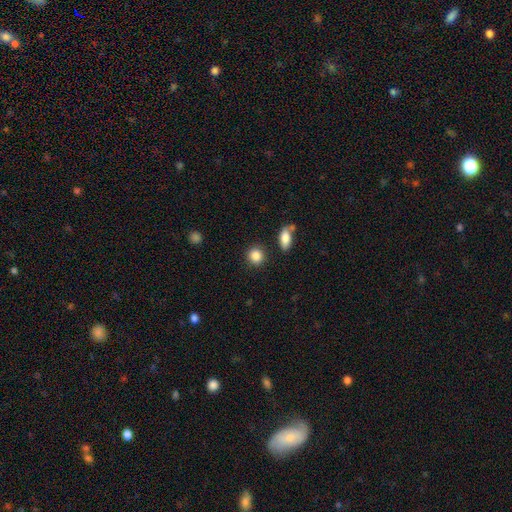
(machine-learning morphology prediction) This is clearly a smooth galaxy (87%). How rounded: clearly round (84%). Merging: clearly none (85%).